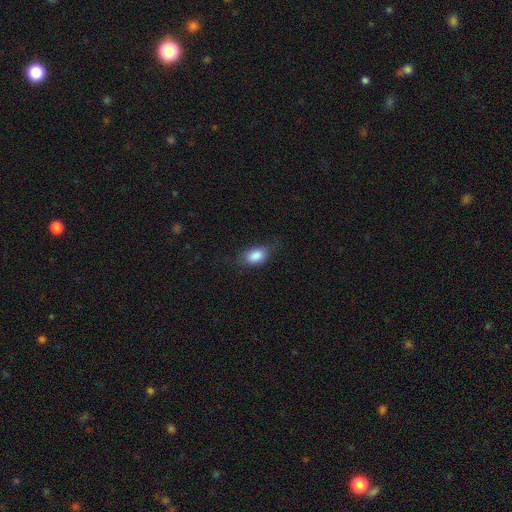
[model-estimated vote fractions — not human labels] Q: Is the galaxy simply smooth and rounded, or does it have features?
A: smooth — 85%.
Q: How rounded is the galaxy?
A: in between — 84%.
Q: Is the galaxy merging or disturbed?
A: none — 70%.